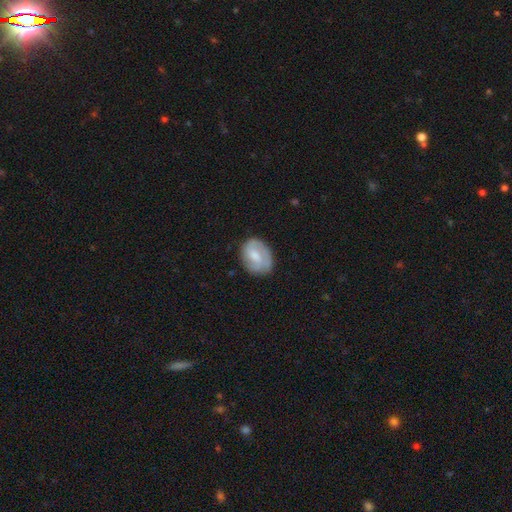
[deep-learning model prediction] Smooth or featured? smooth (54%)
How rounded? in between (64%)
Merging? none (72%)